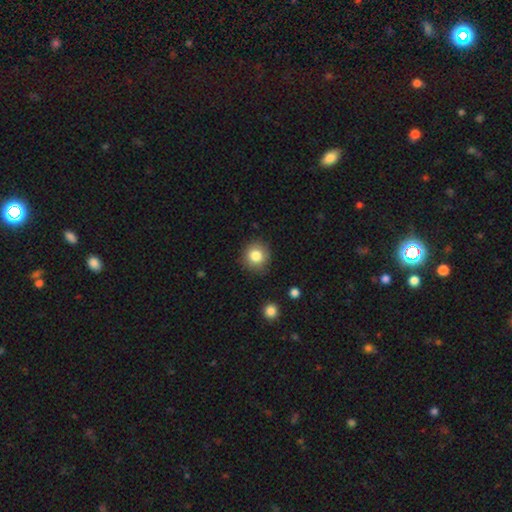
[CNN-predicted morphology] The model was most divided on "smooth or featured": smooth: 83%, star or artifact: 10%, featured or disk: 8%. More confident: how rounded — round (90%); merging — none (87%).